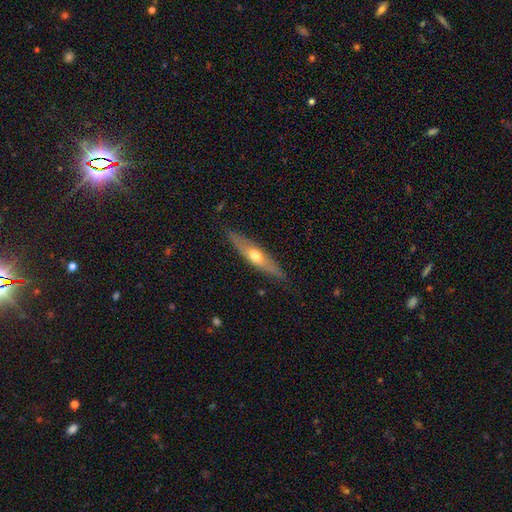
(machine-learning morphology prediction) Q: Smooth or featured?
A: featured or disk (52%); runner-up: smooth (42%)
Q: Edge-on disk?
A: yes (78%); runner-up: no (22%)
Q: Merging?
A: none (83%); runner-up: minor disturbance (13%)